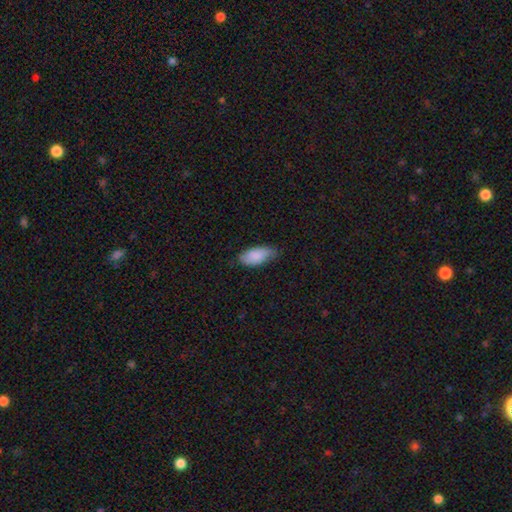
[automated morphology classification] Smooth or featured?
  - smooth: 83% *
  - featured or disk: 11%
  - star or artifact: 6%
How rounded?
  - in between: 91% *
  - cigar-shaped: 7%
  - round: 2%
Merging?
  - none: 64% *
  - minor disturbance: 30%
  - major disturbance: 5%
  - merger: 1%